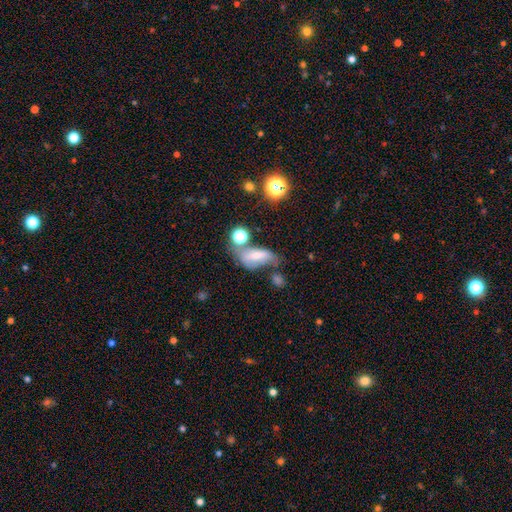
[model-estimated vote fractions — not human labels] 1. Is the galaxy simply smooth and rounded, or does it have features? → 53% smooth, 33% featured or disk, 14% star or artifact.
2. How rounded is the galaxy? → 79% in between, 13% cigar-shaped, 8% round.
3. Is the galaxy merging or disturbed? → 32% none, 25% minor disturbance, 23% major disturbance, 20% merger.